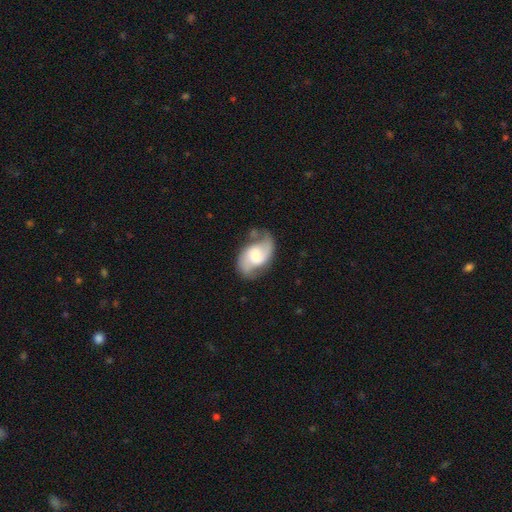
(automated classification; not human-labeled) Q: Smooth or featured?
A: featured or disk (79%); runner-up: smooth (16%)
Q: Edge-on disk?
A: no (97%); runner-up: yes (3%)
Q: Bar?
A: weak (47%); runner-up: no (41%)
Q: Spiral arms?
A: yes (94%); runner-up: no (6%)
Q: Spiral winding?
A: medium (49%); runner-up: loose (35%)
Q: Spiral arm count?
A: 2 (90%); runner-up: can't tell (4%)
Q: Bulge size?
A: moderate (43%); runner-up: small (28%)
Q: Merging?
A: none (66%); runner-up: minor disturbance (21%)